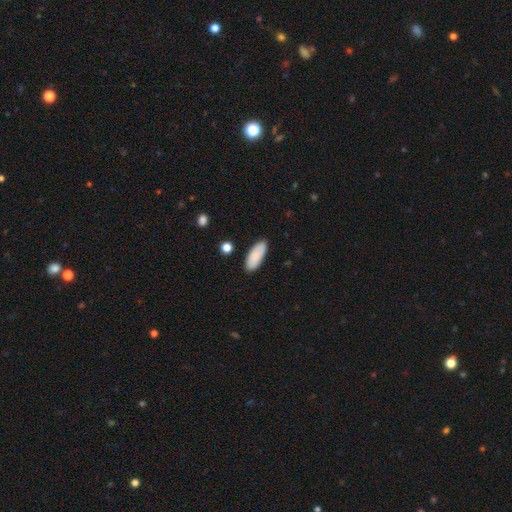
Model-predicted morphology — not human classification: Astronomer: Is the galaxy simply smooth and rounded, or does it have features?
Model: smooth — 88%.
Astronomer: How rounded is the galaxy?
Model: in between — 79%.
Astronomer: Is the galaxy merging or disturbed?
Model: none — 86%.